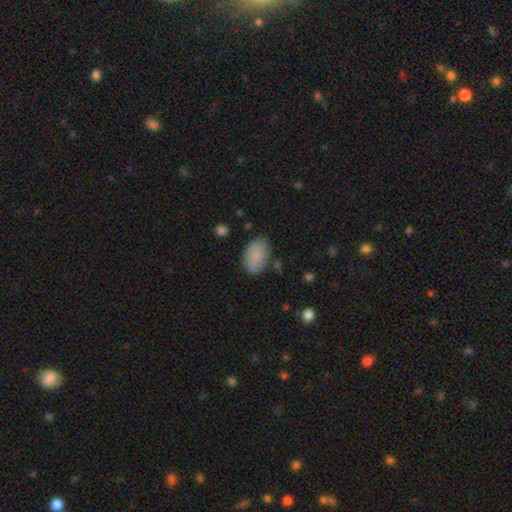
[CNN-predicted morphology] Overall: smooth (84%). How rounded: in between (91%). Merging: none (77%).